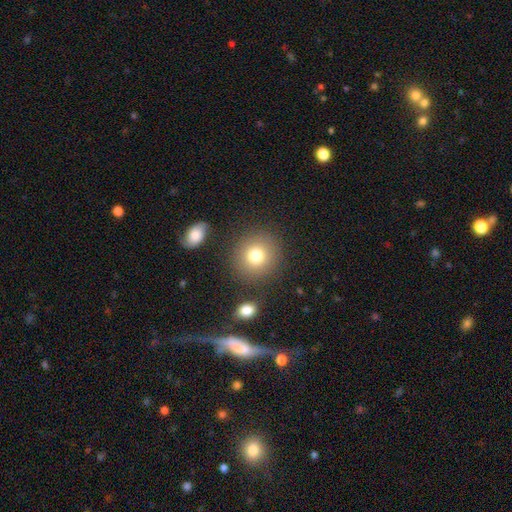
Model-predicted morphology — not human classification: type=smooth (78%); roundness=round (88%); merging=none (83%).